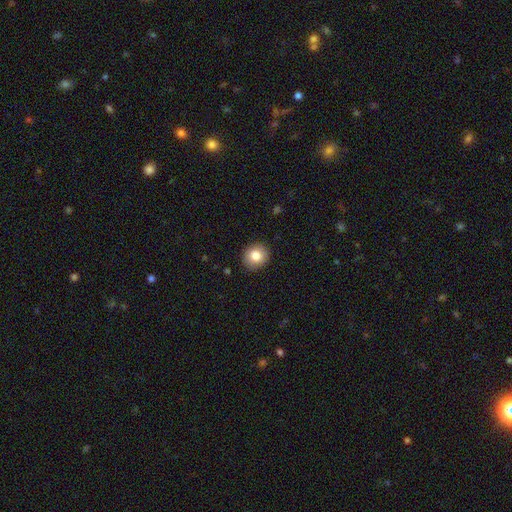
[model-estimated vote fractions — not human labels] This is clearly a smooth galaxy (83%). How rounded: clearly round (86%). Merging: clearly none (91%).